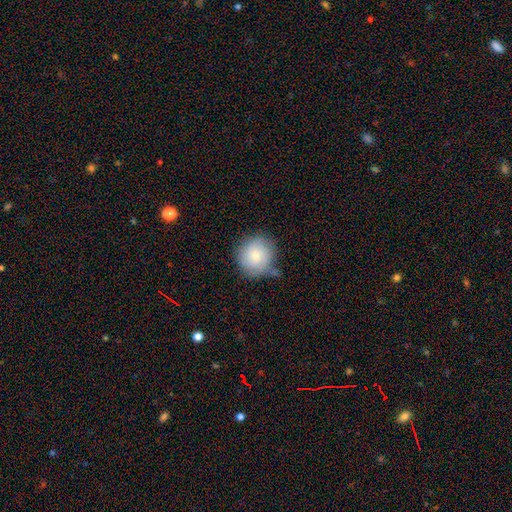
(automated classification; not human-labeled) This appears to be a smooth galaxy with no disk features (74%) that is round (91%). Merging: none (62%).